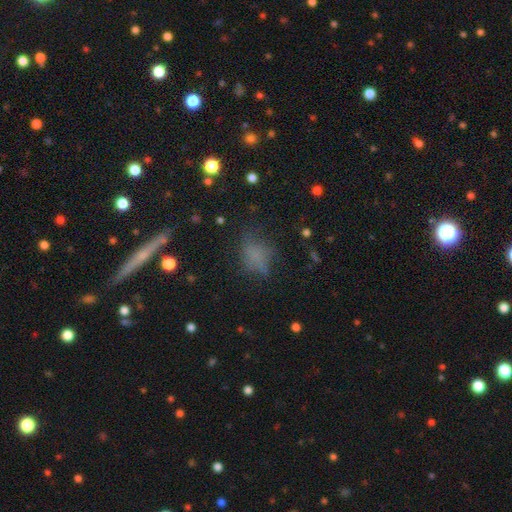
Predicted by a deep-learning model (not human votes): Smooth or featured?
  - smooth: 64% *
  - star or artifact: 20%
  - featured or disk: 16%
How rounded?
  - in between: 64% *
  - round: 31%
  - cigar-shaped: 5%
Merging?
  - none: 59% *
  - minor disturbance: 23%
  - major disturbance: 15%
  - merger: 3%